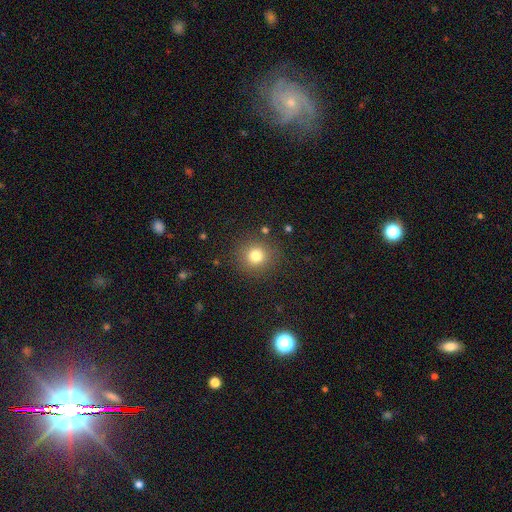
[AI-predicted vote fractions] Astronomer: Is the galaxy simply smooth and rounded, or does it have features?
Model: smooth — 78%.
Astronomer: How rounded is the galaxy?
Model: round — 90%.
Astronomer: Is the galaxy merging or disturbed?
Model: none — 87%.